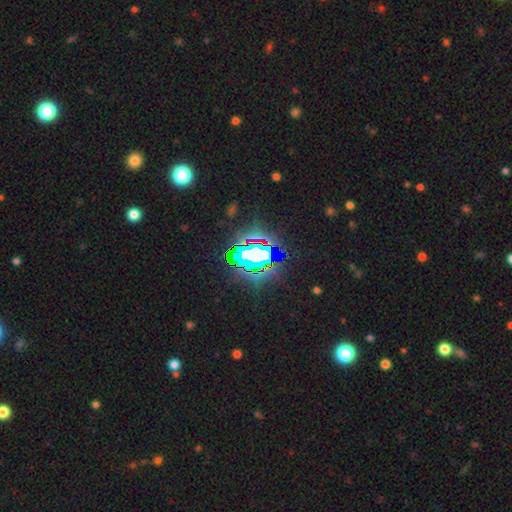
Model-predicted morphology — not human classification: Smooth or featured?
  - star or artifact: 71% *
  - smooth: 15%
  - featured or disk: 14%